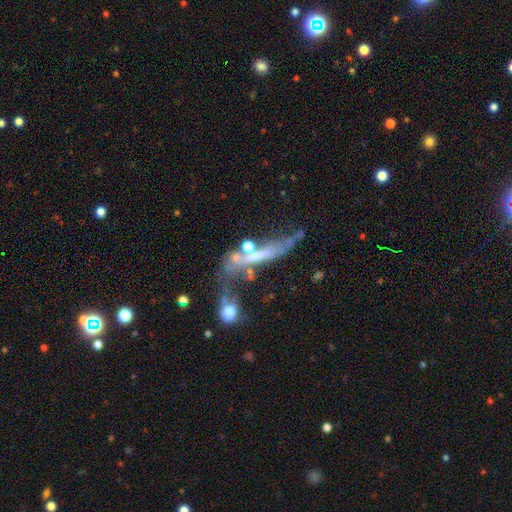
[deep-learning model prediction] Overall: featured or disk (62%; smooth 25%). Edge-on disk: no (55%; yes 45%). Merging: merger (32%; none 25%).